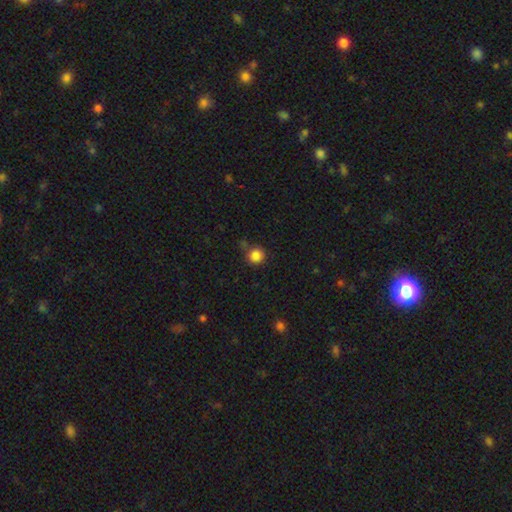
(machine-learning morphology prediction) Smooth or featured?
  - smooth: 85% *
  - star or artifact: 11%
  - featured or disk: 4%
How rounded?
  - round: 93% *
  - in between: 6%
  - cigar-shaped: 1%
Merging?
  - none: 78% *
  - minor disturbance: 13%
  - merger: 6%
  - major disturbance: 3%